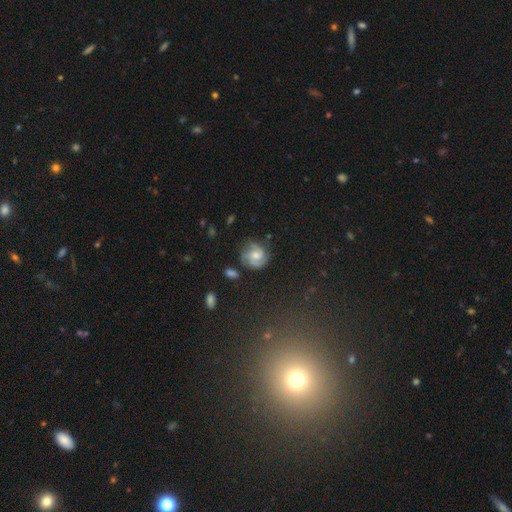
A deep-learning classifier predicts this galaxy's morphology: featured or disk 78%, smooth 14%, star or artifact 8%. Down the decision tree: edge-on disk — no (98%); bar — no (60%); spiral arms — yes (96%); spiral arm count — 3 (41%); spiral winding — tight (51%); bulge size — moderate (53%); merging — none (72%).